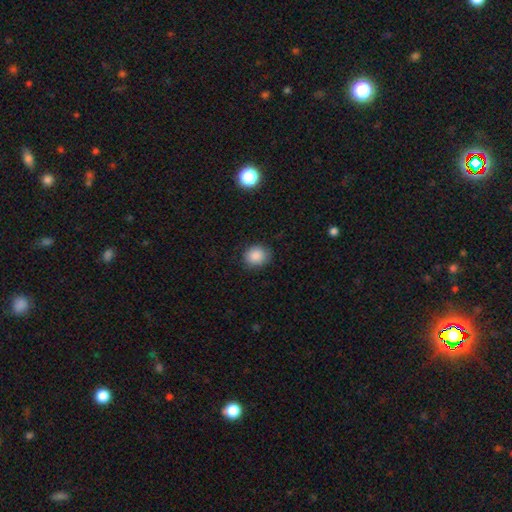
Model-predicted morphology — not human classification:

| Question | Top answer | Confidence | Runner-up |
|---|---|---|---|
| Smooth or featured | smooth | 87% | star or artifact (9%) |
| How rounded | round | 69% | in between (30%) |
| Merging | none | 84% | minor disturbance (12%) |